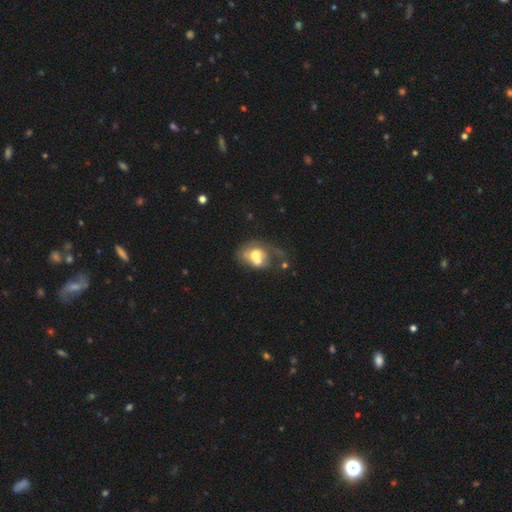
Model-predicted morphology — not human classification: smooth-or-featured: smooth: 53% | featured or disk: 38% | star or artifact: 9%
  how-rounded: in between: 57% | round: 42% | cigar-shaped: 1%
  merging: merger: 46% | major disturbance: 21% | none: 19% | minor disturbance: 14%